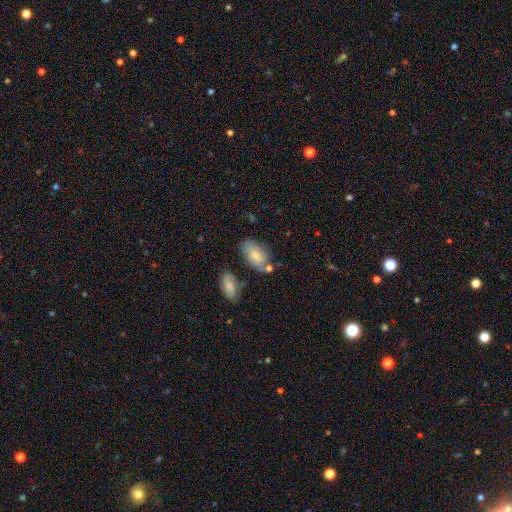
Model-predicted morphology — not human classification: Overall: smooth (75%). How rounded: in between (93%). Merging: none (58%; minor disturbance 23%).